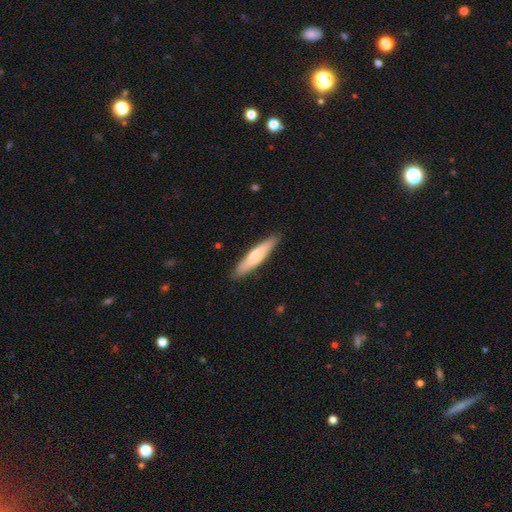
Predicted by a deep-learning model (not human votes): Morphology: type=smooth (63%); roundness=cigar-shaped (86%); merging=none (89%).